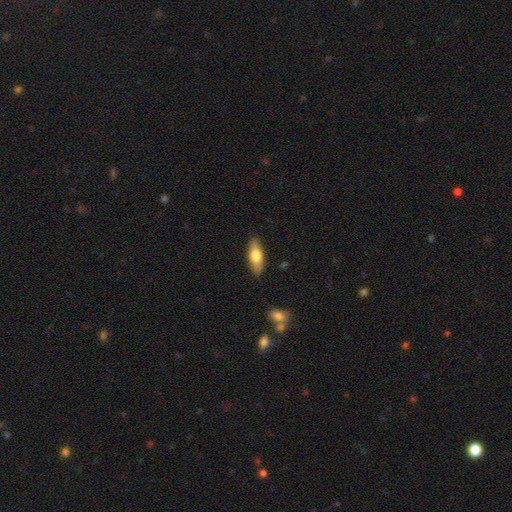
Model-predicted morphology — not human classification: type=smooth (69%); roundness=in between (64%); merging=none (86%).